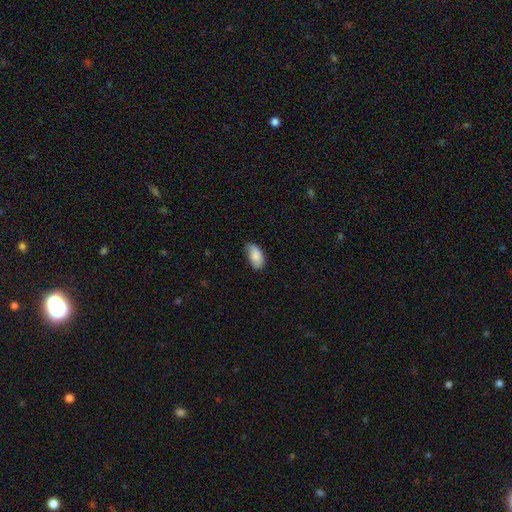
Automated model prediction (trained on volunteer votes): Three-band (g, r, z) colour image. It shows a smooth galaxy with no disk features (86%) that is in between round and cigar-shaped (94%). Merging: none (64%).